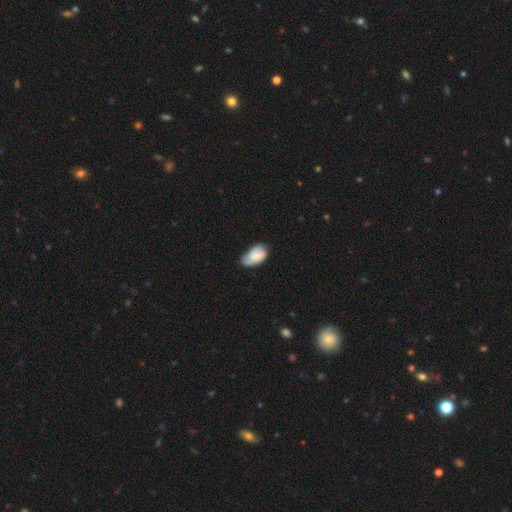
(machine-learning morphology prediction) This appears to be a smooth galaxy with no disk features (66%) that is in between round and cigar-shaped (91%). Merging: minor disturbance (44%).